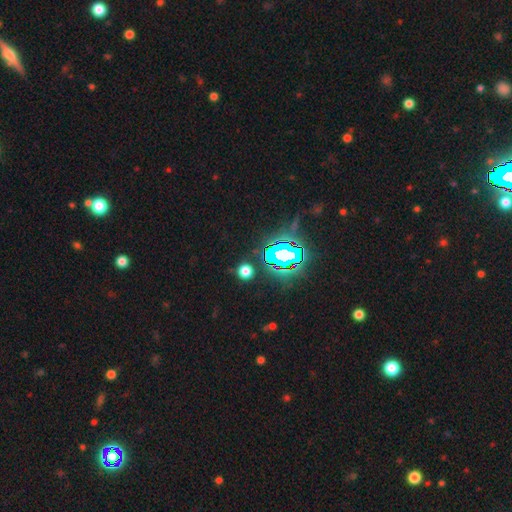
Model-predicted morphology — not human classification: Smooth or featured? Predicted: star or artifact (p=0.82).